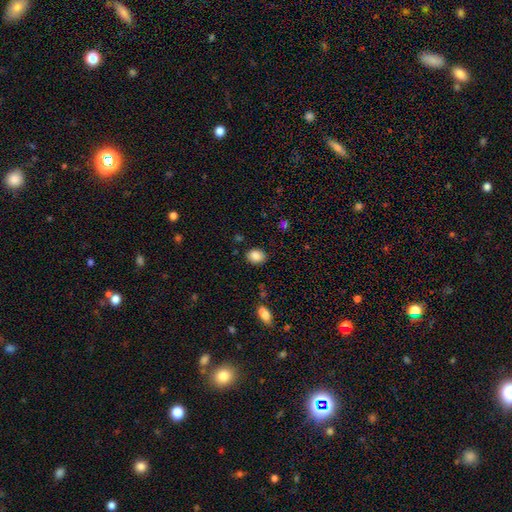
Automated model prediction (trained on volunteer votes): Smooth or featured: smooth — 86% (star or artifact — 9%)
How rounded: in between — 62% (round — 37%)
Merging: none — 85% (minor disturbance — 11%)